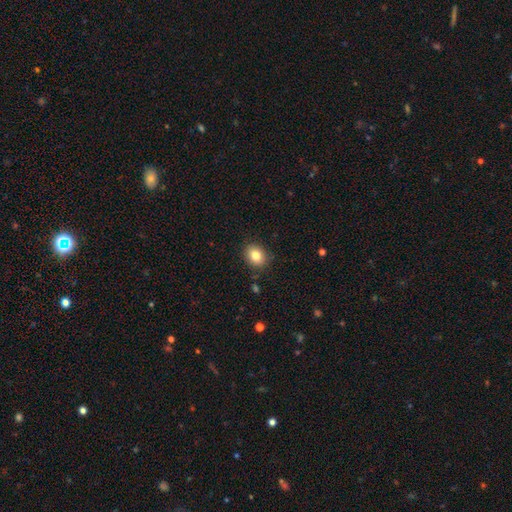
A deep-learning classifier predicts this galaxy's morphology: This appears to be a smooth galaxy with no disk features (82%) that is round (53%). Merging: none (87%).